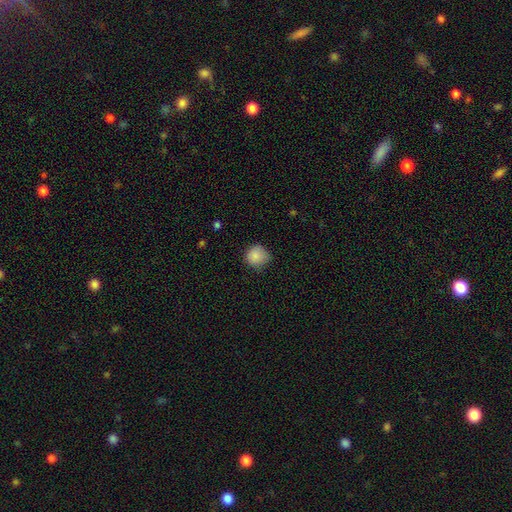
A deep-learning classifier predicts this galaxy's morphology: Overall: smooth (86%). How rounded: round (88%). Merging: none (71%).